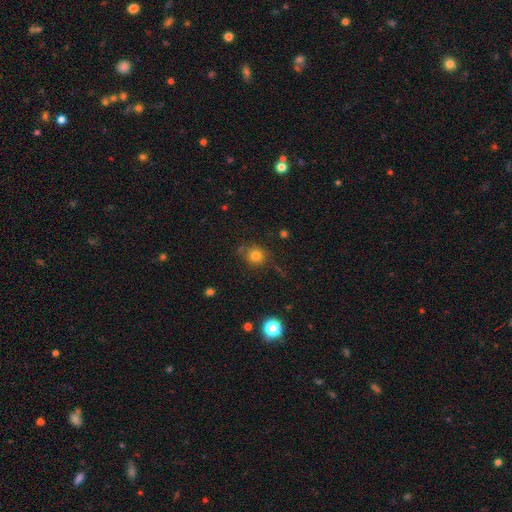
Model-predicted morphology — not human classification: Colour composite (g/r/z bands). It shows a smooth galaxy with no disk features (79%) that is round (89%). Merging: none (80%).